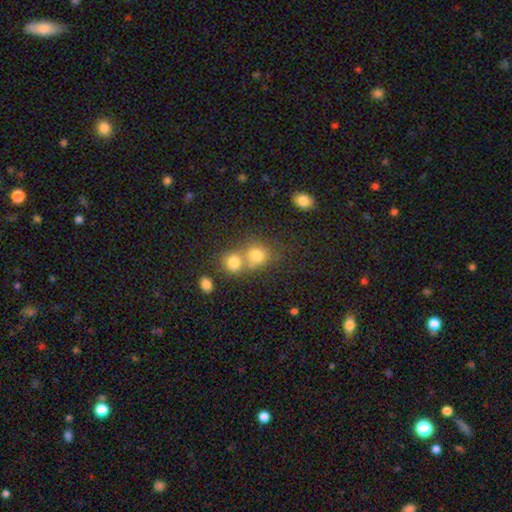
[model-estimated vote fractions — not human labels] Overall: smooth (74%). How rounded: round (81%). Merging: merger (51%; none 40%).